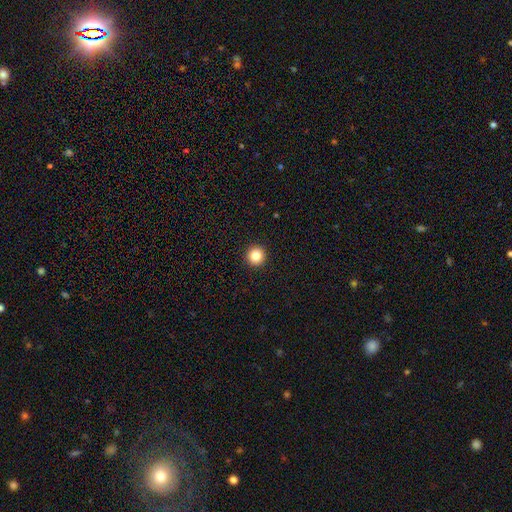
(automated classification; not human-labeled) A smooth galaxy with no disk features (84%) that is round (96%). Merging: none (94%).